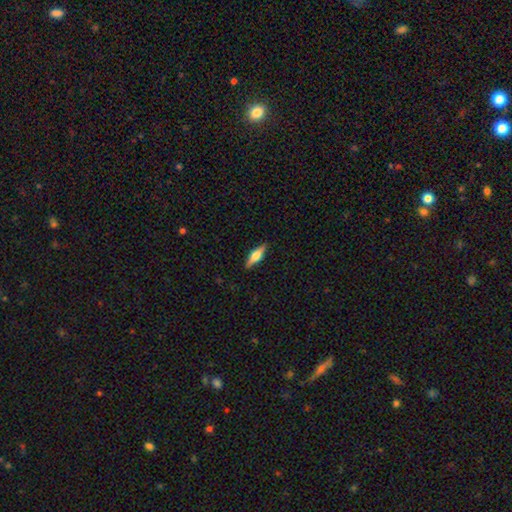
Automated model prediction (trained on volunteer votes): Smooth or featured: featured or disk — 53% (smooth — 40%)
Edge-on disk: yes — 95% (no — 5%)
Edge-on bulge: rounded — 90% (boxy — 8%)
Merging: none — 89% (minor disturbance — 8%)